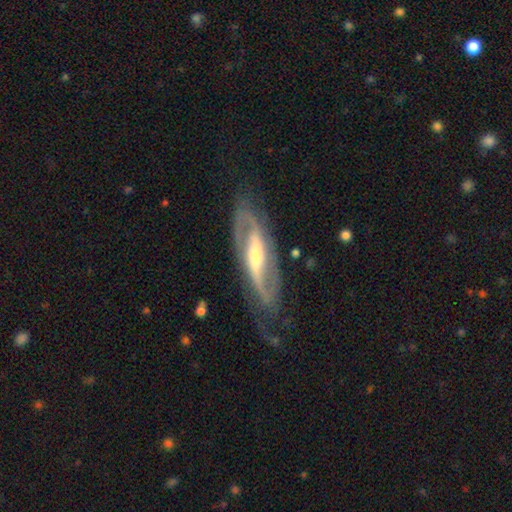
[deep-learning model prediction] A featured or disk galaxy (88%) with a strong bar (56%), 2 (91%) medium (53%) spiral arms (95%) and a moderate central bulge (54%). Merging: none (71%).